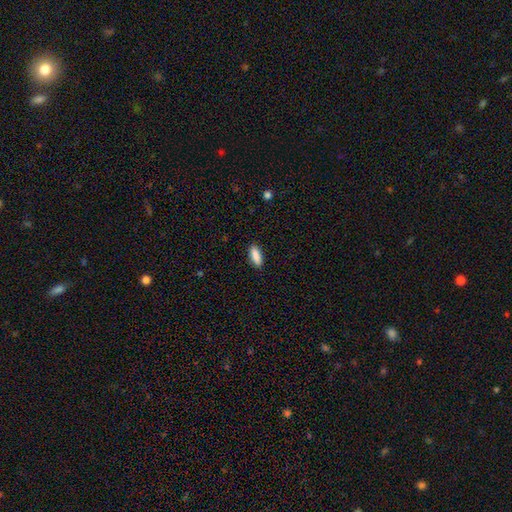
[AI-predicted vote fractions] A smooth galaxy with no disk features (88%) that is in between round and cigar-shaped (68%).

Vote fractions:
- Smooth or featured? smooth: 88% / star or artifact: 7% / featured or disk: 5%
- How rounded? in between: 68% / cigar-shaped: 30% / round: 2%
- Merging? none: 89% / minor disturbance: 8% / major disturbance: 2% / merger: 1%